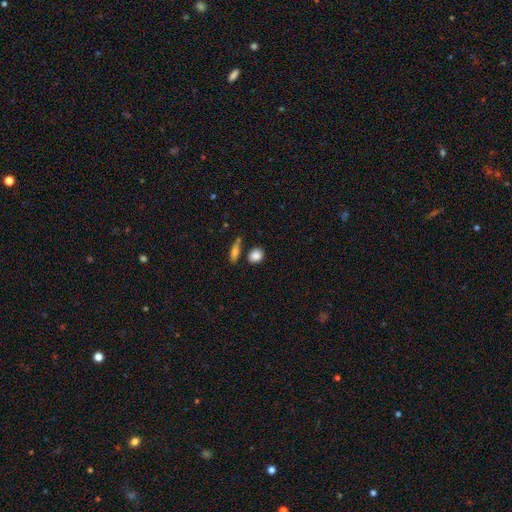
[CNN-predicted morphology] Q: Smooth or featured?
A: smooth (87%); runner-up: star or artifact (8%)
Q: How rounded?
A: round (52%); runner-up: in between (45%)
Q: Merging?
A: none (75%); runner-up: minor disturbance (12%)